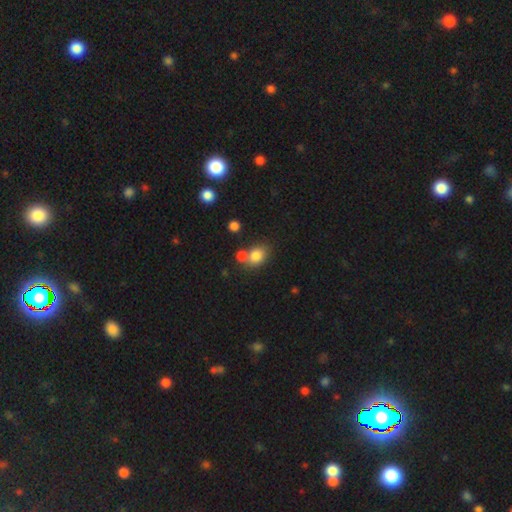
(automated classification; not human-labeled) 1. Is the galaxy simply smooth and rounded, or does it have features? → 82% smooth, 11% star or artifact, 8% featured or disk.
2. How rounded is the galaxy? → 51% in between, 48% round, 1% cigar-shaped.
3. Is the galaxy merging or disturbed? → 52% none, 31% merger, 12% minor disturbance, 4% major disturbance.